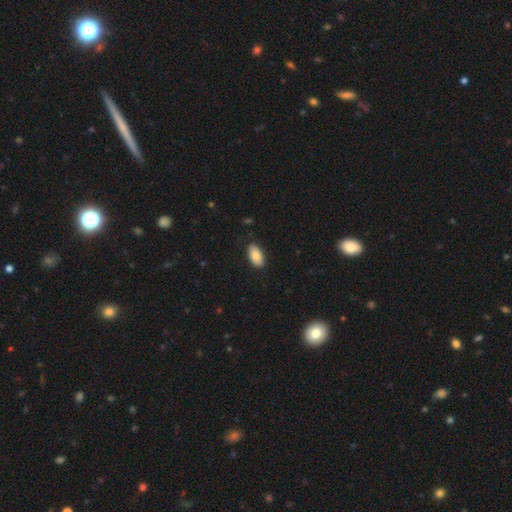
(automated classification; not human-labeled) Morphology: type=smooth (84%); roundness=in between (94%); merging=none (84%).